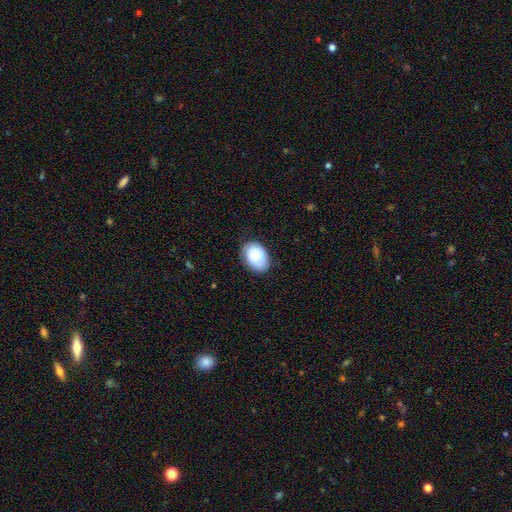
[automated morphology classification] A smooth galaxy with no disk features (86%) that is in between round and cigar-shaped (85%). Merging: none (79%).